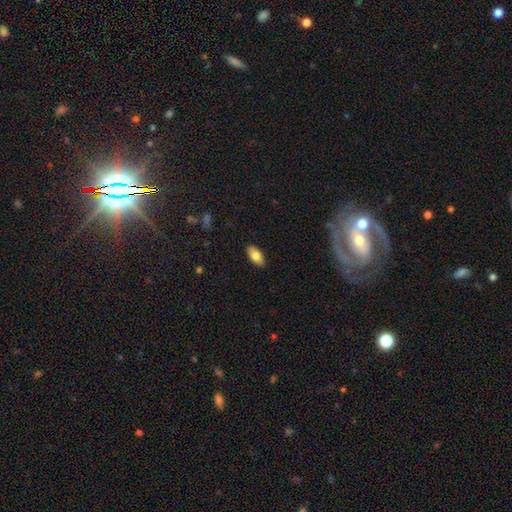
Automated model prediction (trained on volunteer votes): This appears to be a smooth galaxy with no disk features (80%) that is in between round and cigar-shaped (90%). Merging: none (89%).